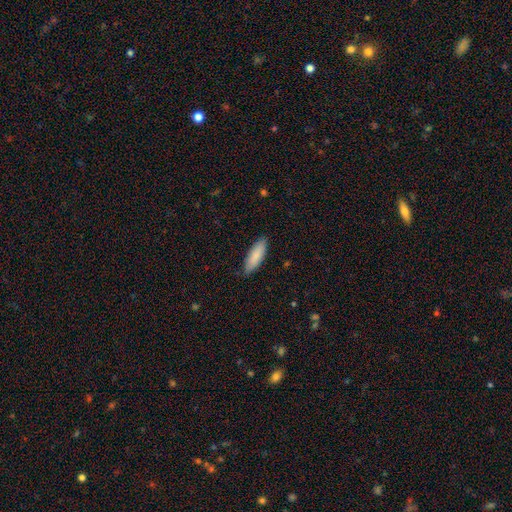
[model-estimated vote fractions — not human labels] smooth-or-featured: smooth: 86% | featured or disk: 9% | star or artifact: 5%
  how-rounded: in between: 57% | cigar-shaped: 41% | round: 1%
  merging: none: 83% | minor disturbance: 14% | major disturbance: 2% | merger: 1%